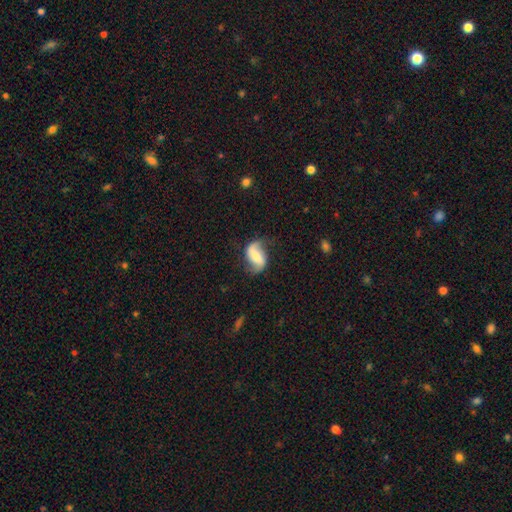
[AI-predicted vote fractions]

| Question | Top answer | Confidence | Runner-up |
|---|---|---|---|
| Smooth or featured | featured or disk | 67% | smooth (26%) |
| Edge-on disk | no | 96% | yes (4%) |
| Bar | strong | 40% | weak (34%) |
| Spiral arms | yes | 89% | no (11%) |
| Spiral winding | loose | 67% | medium (24%) |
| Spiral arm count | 2 | 88% | 1 (5%) |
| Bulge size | moderate | 33% | small (32%) |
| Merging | none | 63% | minor disturbance (23%) |